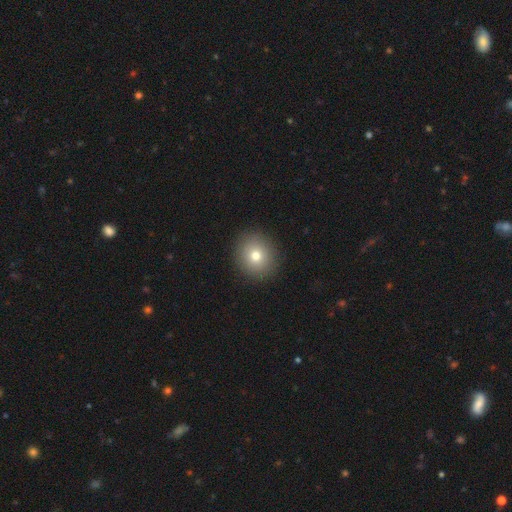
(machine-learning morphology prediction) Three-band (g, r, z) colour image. It shows a smooth galaxy with no disk features (77%) that is round (87%). Merging: none (91%).